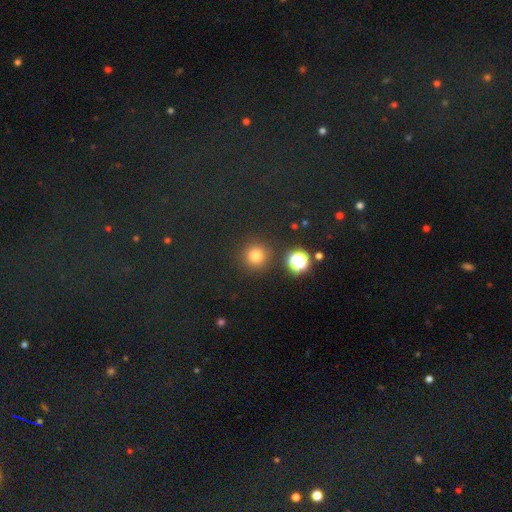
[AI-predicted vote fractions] Q: Smooth or featured?
A: smooth (76%); runner-up: star or artifact (19%)
Q: How rounded?
A: round (95%); runner-up: in between (4%)
Q: Merging?
A: none (89%); runner-up: minor disturbance (6%)